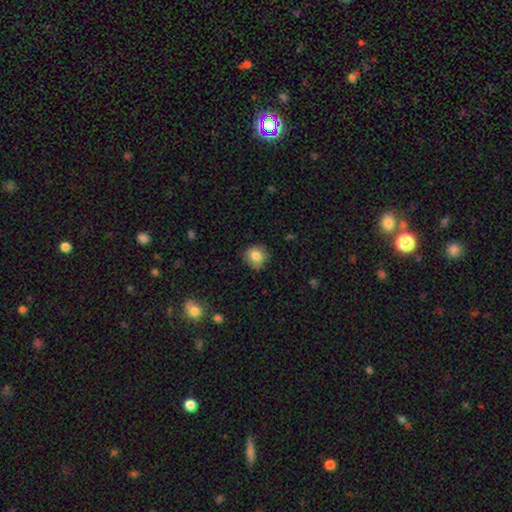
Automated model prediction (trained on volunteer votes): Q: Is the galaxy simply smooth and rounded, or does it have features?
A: smooth — 82%.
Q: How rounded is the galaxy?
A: round — 88%.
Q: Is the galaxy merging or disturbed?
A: none — 82%.